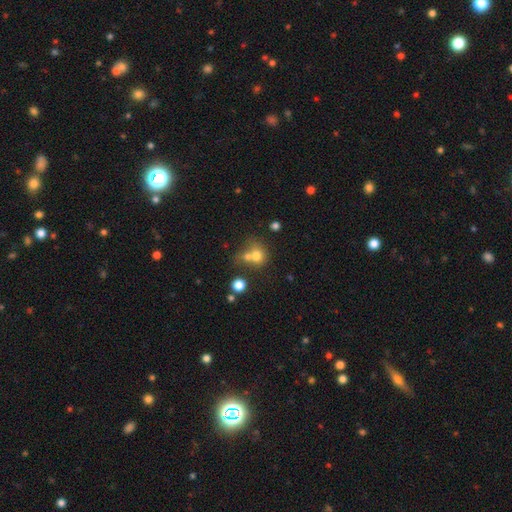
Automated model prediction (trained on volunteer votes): A smooth galaxy with no disk features (72%) that is round (71%). Merging: merger (52%).